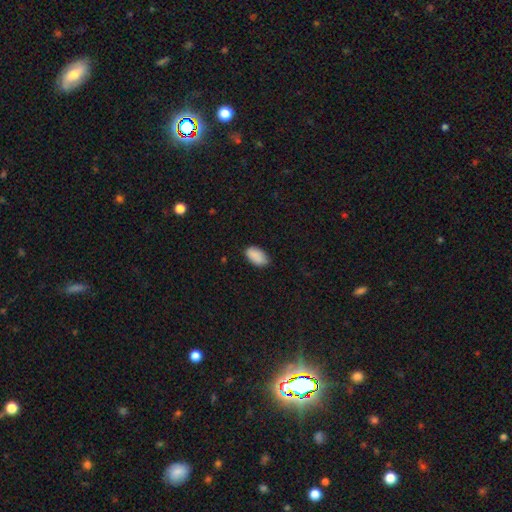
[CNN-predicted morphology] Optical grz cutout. It shows a smooth galaxy with no disk features (89%) that is in between round and cigar-shaped (94%). Merging: none (82%).